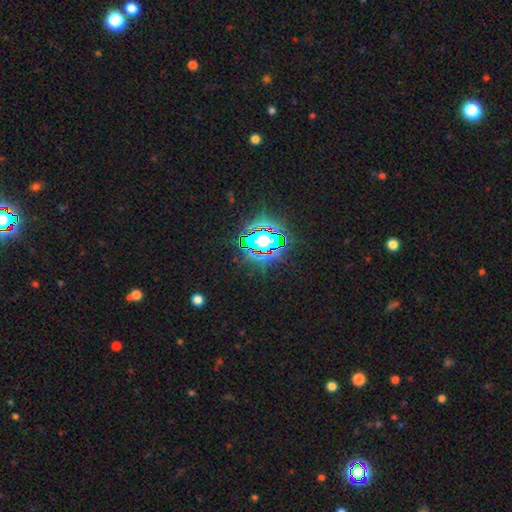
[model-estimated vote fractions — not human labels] Q: Smooth or featured?
A: star or artifact (84%); runner-up: smooth (9%)